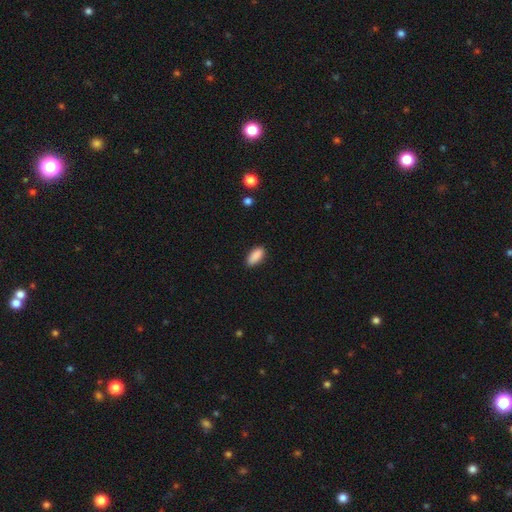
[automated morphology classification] A smooth galaxy with no disk features (89%) that is in between round and cigar-shaped (87%). Merging: none (84%).